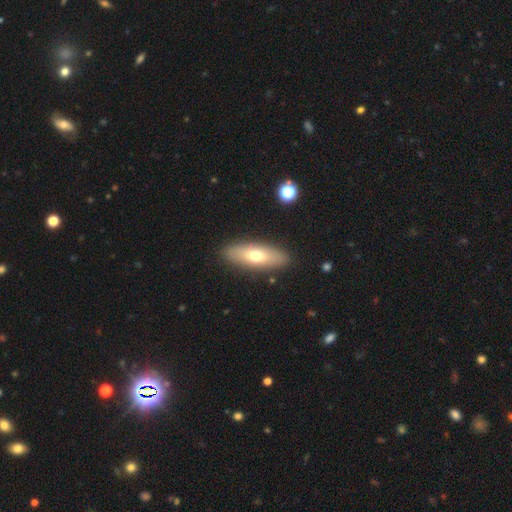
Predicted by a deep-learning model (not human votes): A smooth galaxy with no disk features (64%) that is in between round and cigar-shaped (60%).

Vote fractions:
- Smooth or featured? smooth: 64% / featured or disk: 30% / star or artifact: 6%
- How rounded? in between: 60% / cigar-shaped: 37% / round: 3%
- Merging? none: 89% / minor disturbance: 8% / major disturbance: 2% / merger: 1%